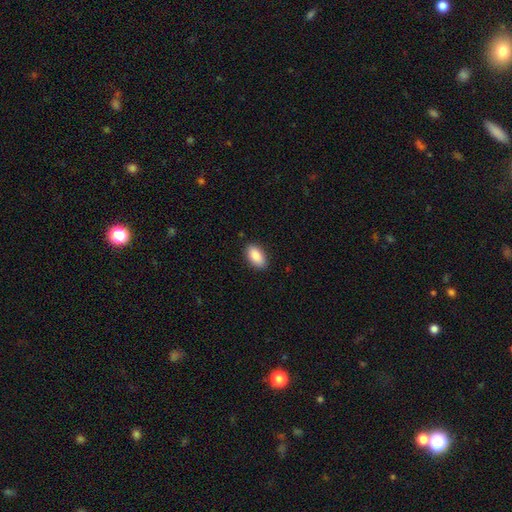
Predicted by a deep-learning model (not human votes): smooth 87%, star or artifact 7%, featured or disk 6%. Down the decision tree: how rounded — in between (92%); merging — none (88%).